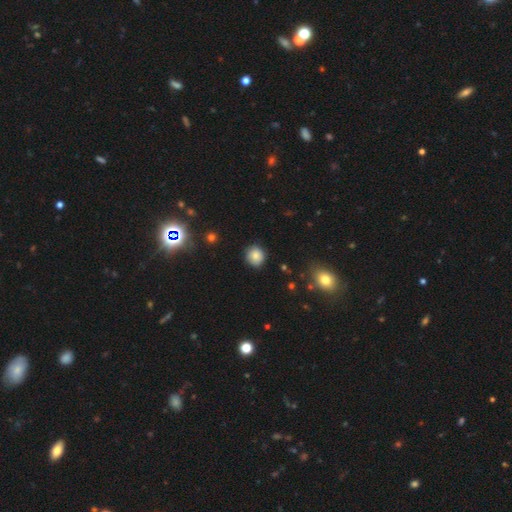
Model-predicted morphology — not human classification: smooth_or_featured: smooth (p=0.80) [alt: star or artifact p=0.11]
how_rounded: round (p=0.87) [alt: in between p=0.12]
merging: none (p=0.84) [alt: minor disturbance p=0.12]